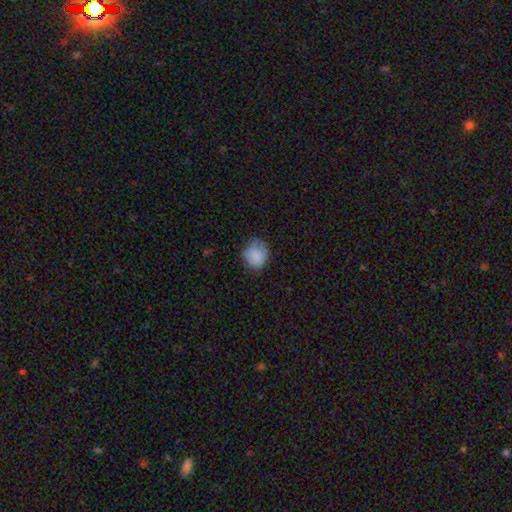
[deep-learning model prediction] Smooth or featured?
  - smooth: 83% *
  - featured or disk: 9%
  - star or artifact: 8%
How rounded?
  - round: 70% *
  - in between: 29%
  - cigar-shaped: 1%
Merging?
  - none: 67% *
  - minor disturbance: 25%
  - major disturbance: 7%
  - merger: 1%